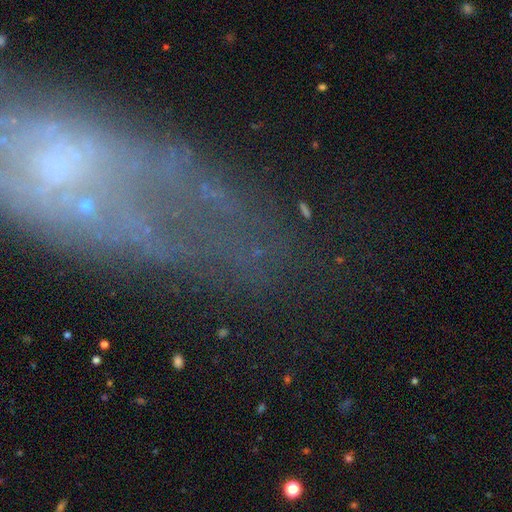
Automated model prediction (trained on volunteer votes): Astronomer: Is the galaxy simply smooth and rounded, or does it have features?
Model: featured or disk — 49% (runner-up: star or artifact, 27%).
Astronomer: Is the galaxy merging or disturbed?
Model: none — 57%.